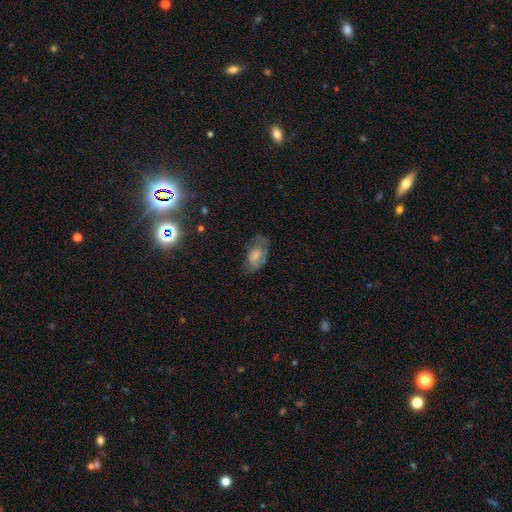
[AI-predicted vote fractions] This appears to be a smooth galaxy with no disk features (60%) that is in between round and cigar-shaped (92%). Merging: none (45%).